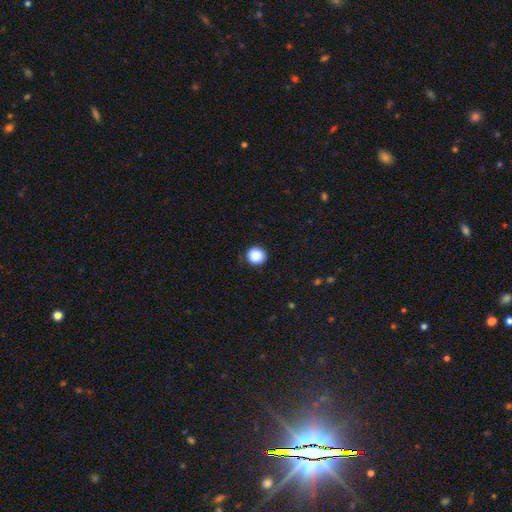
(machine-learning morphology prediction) type=smooth (89%); roundness=round (92%); merging=none (89%).